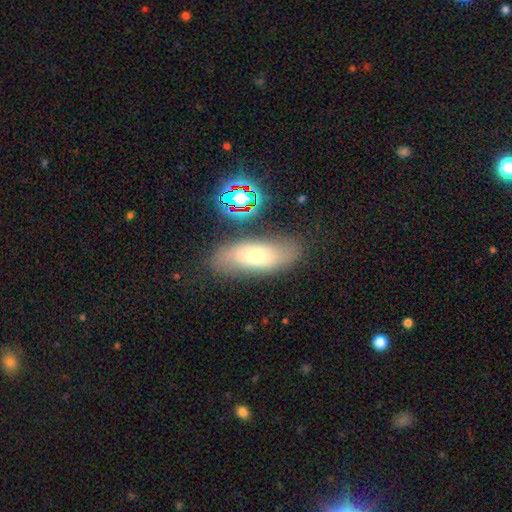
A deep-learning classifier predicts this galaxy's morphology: Smooth or featured?
  - smooth: 56% *
  - featured or disk: 32%
  - star or artifact: 13%
How rounded?
  - in between: 73% *
  - cigar-shaped: 23%
  - round: 4%
Merging?
  - none: 75% *
  - minor disturbance: 15%
  - major disturbance: 5%
  - merger: 4%